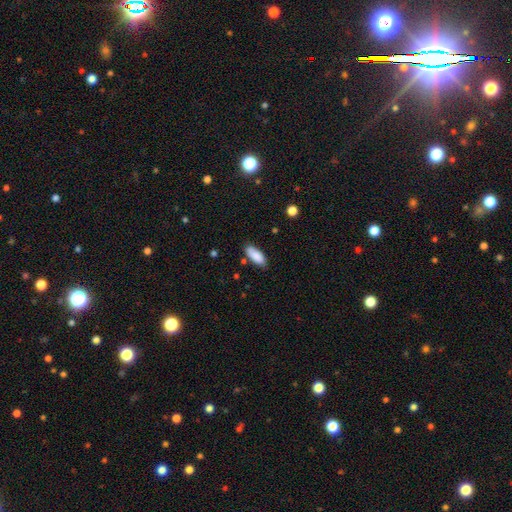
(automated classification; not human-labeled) smooth-or-featured: smooth: 87% | featured or disk: 7% | star or artifact: 6%
  how-rounded: in between: 79% | cigar-shaped: 19% | round: 2%
  merging: none: 79% | minor disturbance: 16% | merger: 3% | major disturbance: 3%